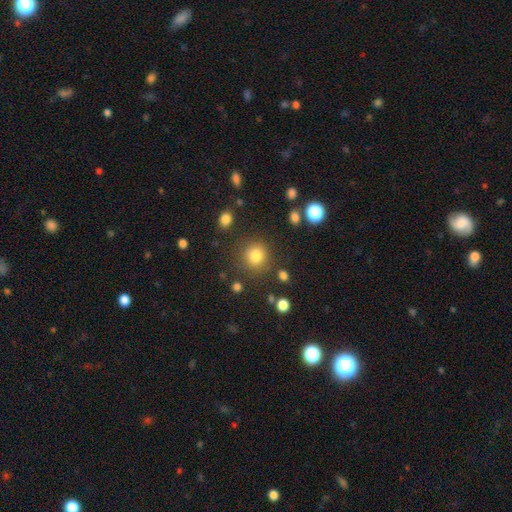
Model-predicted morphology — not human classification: Smooth or featured: smooth — 81% (star or artifact — 13%)
How rounded: round — 90% (in between — 9%)
Merging: none — 84% (minor disturbance — 9%)